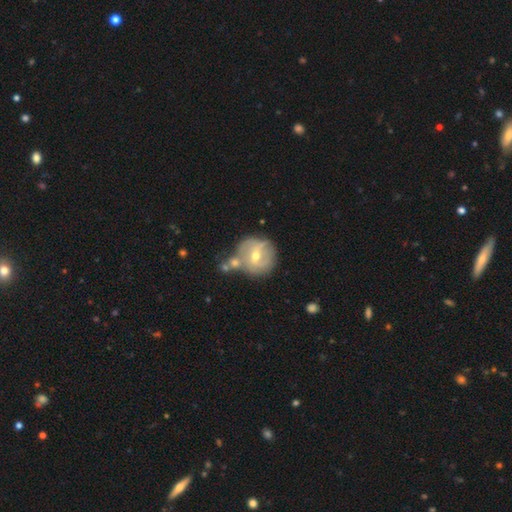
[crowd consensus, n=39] smooth-or-featured: featured or disk: 69% | smooth: 21% | star or artifact: 10%
  disk-edge-on: no: 96% | yes: 4%
    bar: no: 50% | weak: 46% | strong: 4%
    has-spiral-arms: yes: 65% | no: 35%
      spiral-winding: medium: 41% | tight: 29% | loose: 29%
      spiral-arm-count: can't tell: 41% | 2: 35% | 3: 12% | 1: 6% | 4: 6% | more than 4: 0%
    bulge-size: small: 50% | moderate: 46% | dominant: 4% | large: 0% | none: 0%
  merging: none: 40% | minor disturbance: 26% | merger: 20% | major disturbance: 14%